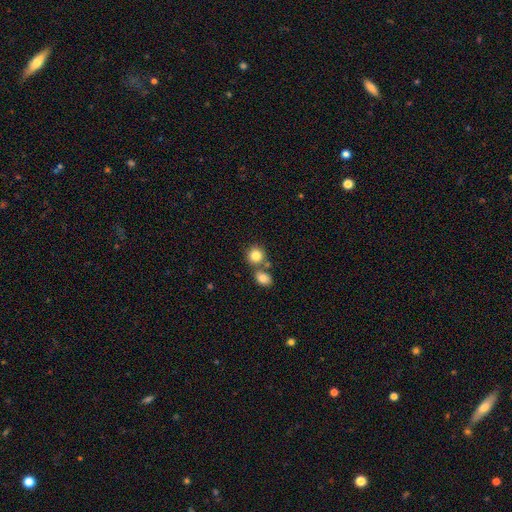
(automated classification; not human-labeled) A smooth galaxy with no disk features (83%) that is round (84%). Merging: none (57%).